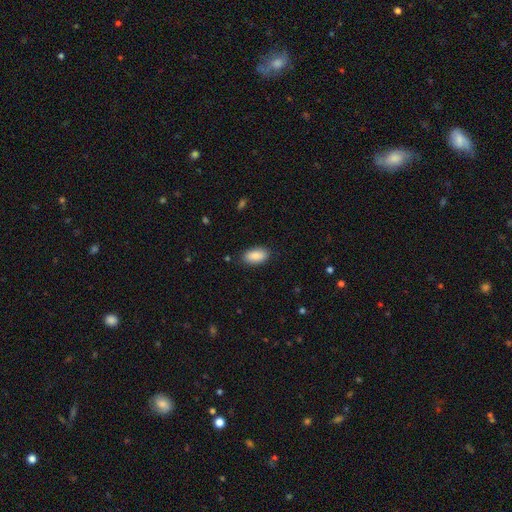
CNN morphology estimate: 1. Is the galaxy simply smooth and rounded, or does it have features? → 88% smooth, 7% star or artifact, 6% featured or disk.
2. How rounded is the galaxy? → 93% in between, 4% cigar-shaped, 3% round.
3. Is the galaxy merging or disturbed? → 86% none, 11% minor disturbance, 3% major disturbance, 1% merger.